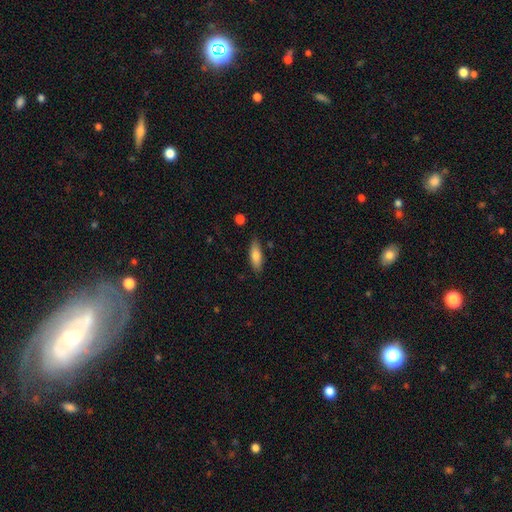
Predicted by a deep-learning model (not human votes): The model was most divided on "how rounded": in between: 61%, cigar-shaped: 37%, round: 2%. More confident: merging — none (83%); smooth or featured — smooth (80%).